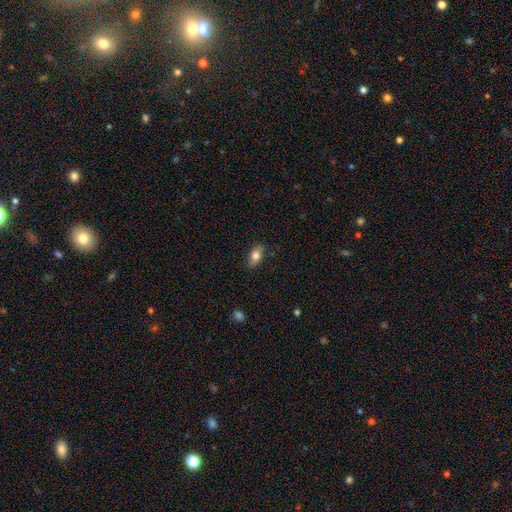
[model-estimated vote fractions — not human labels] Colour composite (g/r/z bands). It shows a smooth galaxy with no disk features (77%) that is in between round and cigar-shaped (88%). Merging: none (85%).